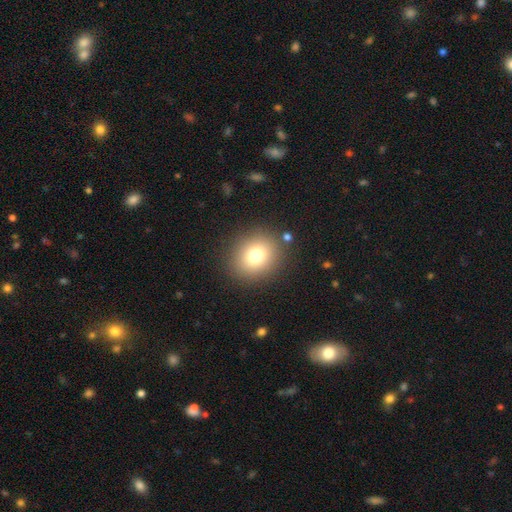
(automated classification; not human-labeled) Smooth or featured? smooth (76%)
How rounded? round (73%)
Merging? none (87%)